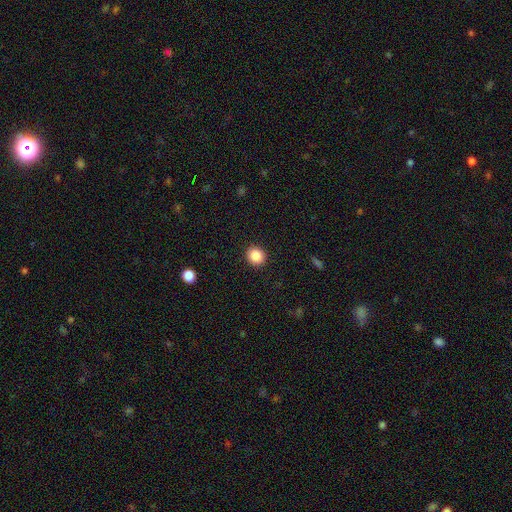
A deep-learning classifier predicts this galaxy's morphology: The model was most divided on "how rounded": round: 88%, in between: 11%, cigar-shaped: 1%. More confident: merging — none (92%); smooth or featured — smooth (87%).